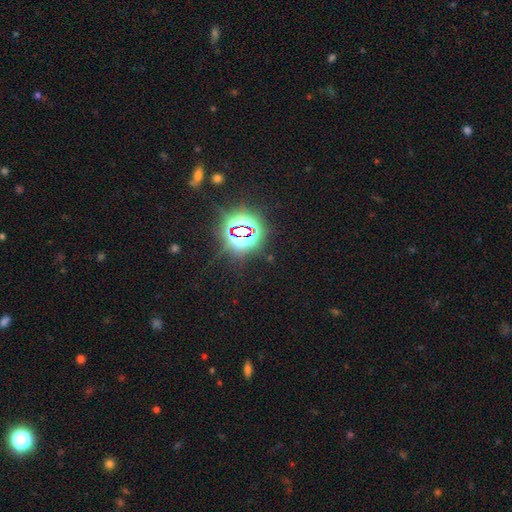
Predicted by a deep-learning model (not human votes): smooth_or_featured: star or artifact (p=0.84) [alt: smooth p=0.10]